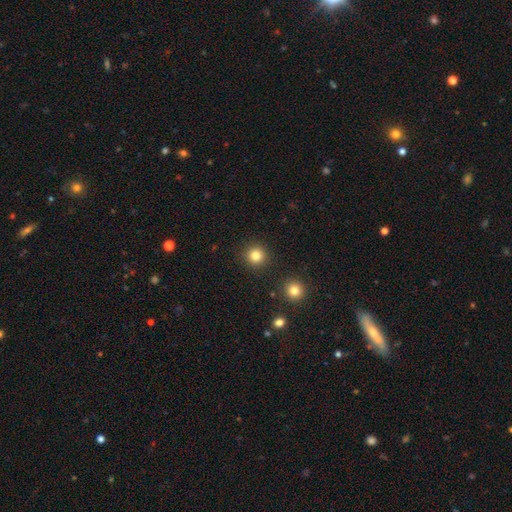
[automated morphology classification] The model was most divided on "smooth or featured": smooth: 83%, star or artifact: 12%, featured or disk: 5%. More confident: how rounded — round (94%); merging — none (90%).